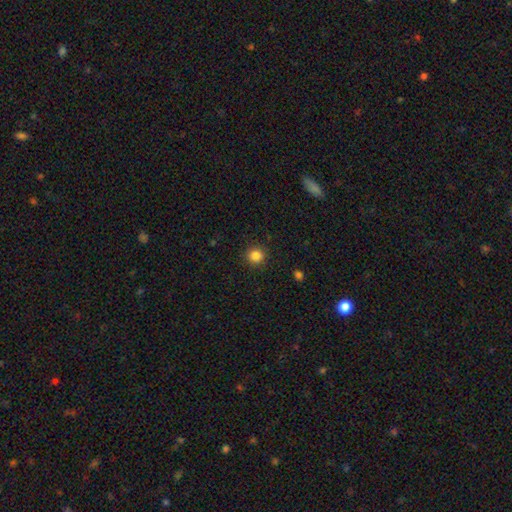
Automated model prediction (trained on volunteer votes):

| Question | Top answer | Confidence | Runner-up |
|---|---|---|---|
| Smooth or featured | smooth | 85% | star or artifact (12%) |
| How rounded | round | 93% | in between (6%) |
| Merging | none | 91% | minor disturbance (6%) |